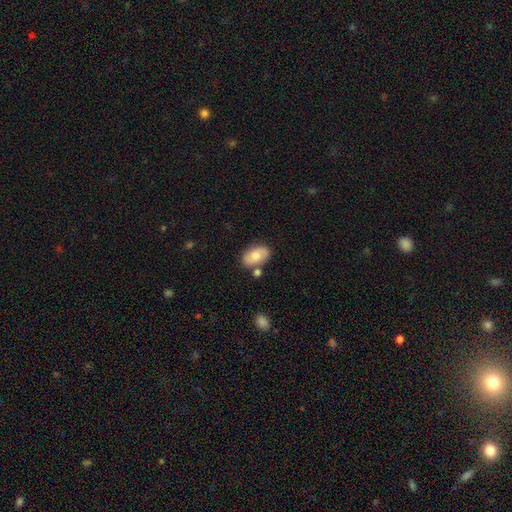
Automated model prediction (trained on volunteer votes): Smooth or featured: smooth — 66% (featured or disk — 27%)
How rounded: in between — 90% (round — 8%)
Merging: none — 69% (minor disturbance — 17%)